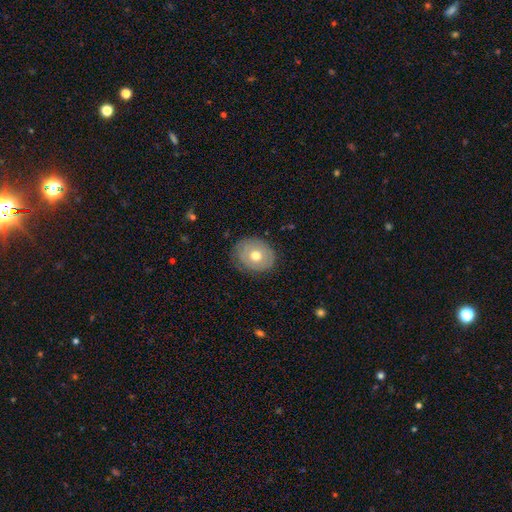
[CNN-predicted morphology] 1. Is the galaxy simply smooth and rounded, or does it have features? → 57% smooth, 36% featured or disk, 7% star or artifact.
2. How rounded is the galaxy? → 58% round, 41% in between, 1% cigar-shaped.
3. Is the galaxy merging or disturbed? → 79% none, 16% minor disturbance, 4% major disturbance, 1% merger.